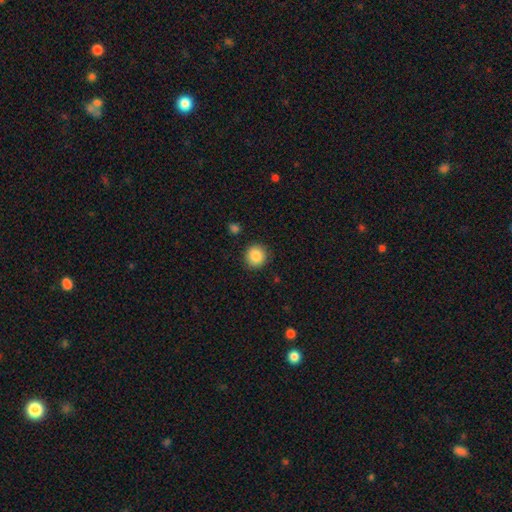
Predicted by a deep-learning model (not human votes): Overall: smooth (87%). How rounded: round (91%). Merging: none (90%).